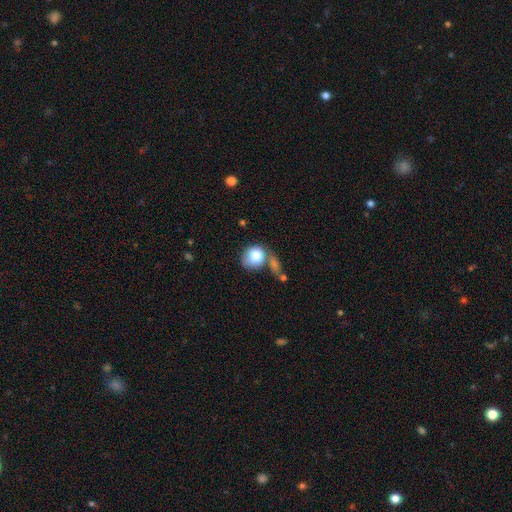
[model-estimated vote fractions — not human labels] The model was most divided on "merging": merger: 38%, none: 31%, minor disturbance: 17%, major disturbance: 14%. More confident: smooth or featured — smooth (83%); how rounded — round (67%).